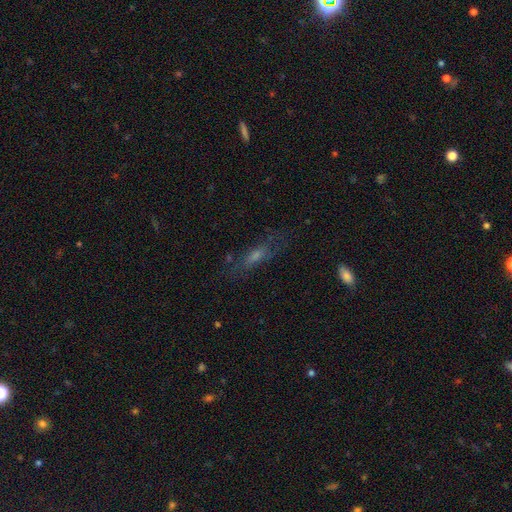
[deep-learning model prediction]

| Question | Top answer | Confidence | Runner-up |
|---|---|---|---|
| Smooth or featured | featured or disk | 40% | tied: smooth (40%) |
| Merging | none | 69% | minor disturbance (18%) |